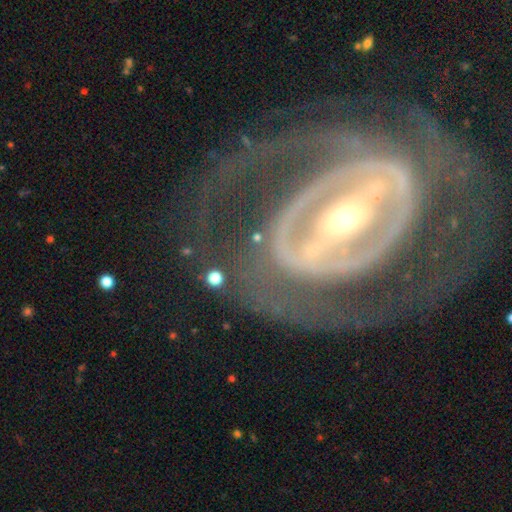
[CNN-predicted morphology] The model was most divided on "spiral winding": tight: 56%, medium: 32%, loose: 13%. More confident: edge-on disk — no (95%); smooth or featured — featured or disk (89%); spiral arms — yes (80%); bar — strong (70%); merging — none (64%); bulge size — small (62%); spiral arm count — 2 (57%).